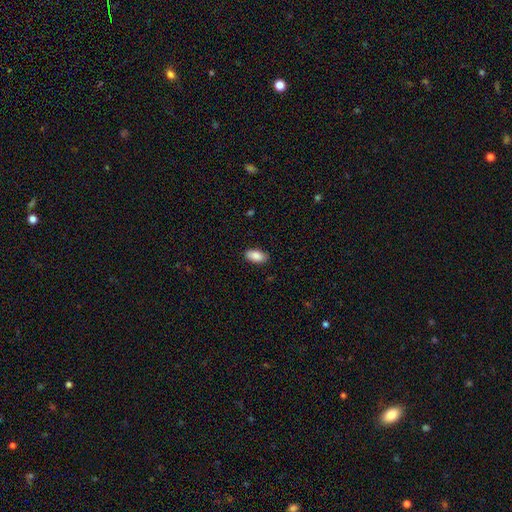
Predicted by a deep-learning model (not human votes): This is clearly a smooth galaxy (87%). How rounded: clearly in between (93%). Merging: clearly none (87%).